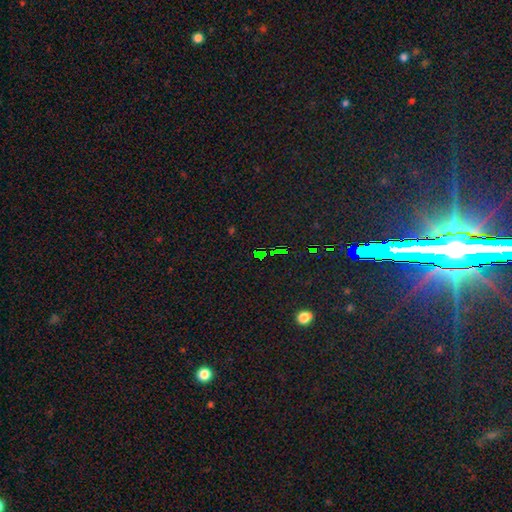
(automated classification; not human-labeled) star or artifact 76%, smooth 15%, featured or disk 9%.